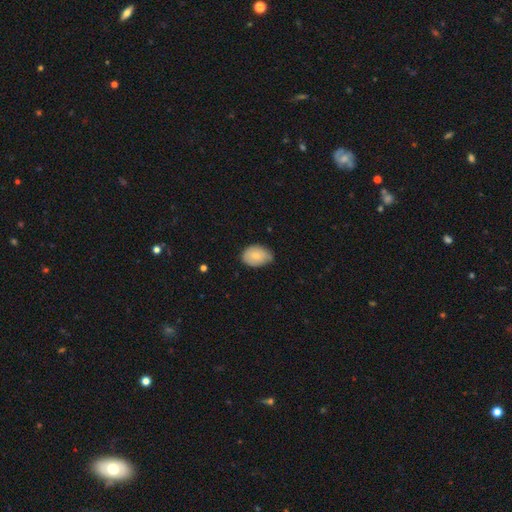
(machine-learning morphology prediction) This appears to be a smooth galaxy with no disk features (79%) that is in between round and cigar-shaped (79%). Merging: none (54%).